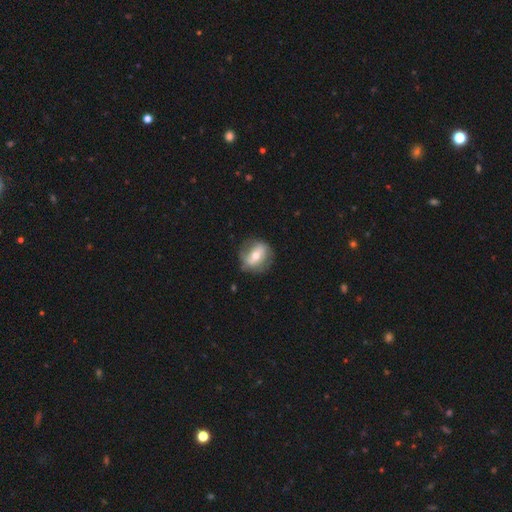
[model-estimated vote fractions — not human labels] featured or disk 59%, smooth 34%, star or artifact 7%. Down the decision tree: edge-on disk — no (94%); bar — weak (35%); spiral arms — yes (62%); bulge size — moderate (69%); merging — none (74%).